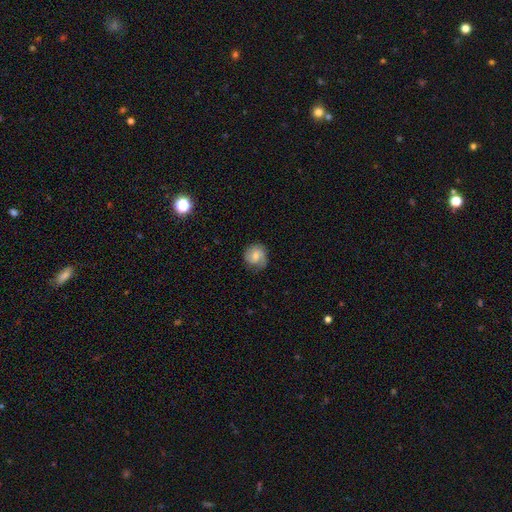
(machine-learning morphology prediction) Smooth or featured? Predicted: smooth (p=0.53). How rounded? Predicted: round (p=0.83). Merging? Predicted: none (p=0.69).